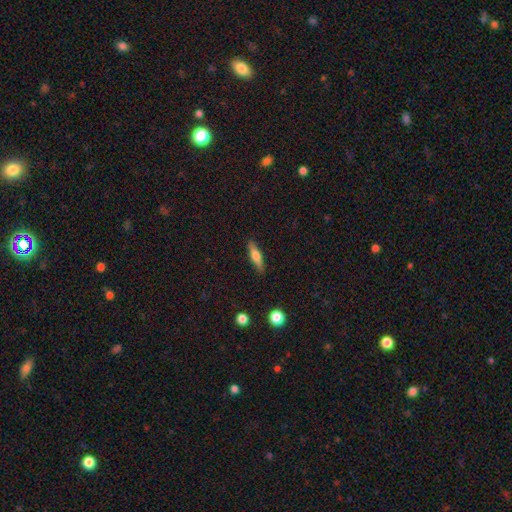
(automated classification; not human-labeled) This is possibly a smooth galaxy (57%). How rounded: likely cigar-shaped (71%). Merging: clearly none (88%).